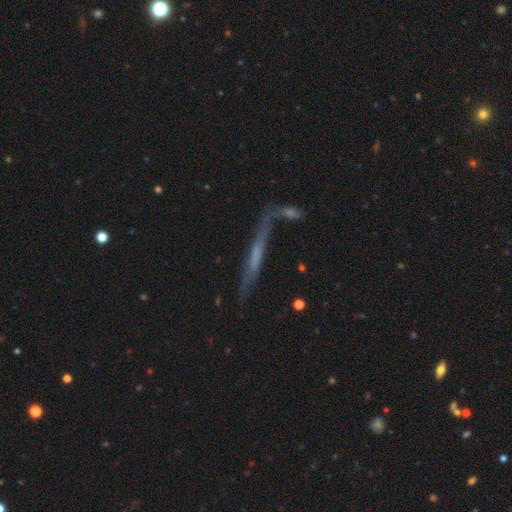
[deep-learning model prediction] Morphology: type=featured or disk (55%); edge-on=yes (78%); merging=none (45%).